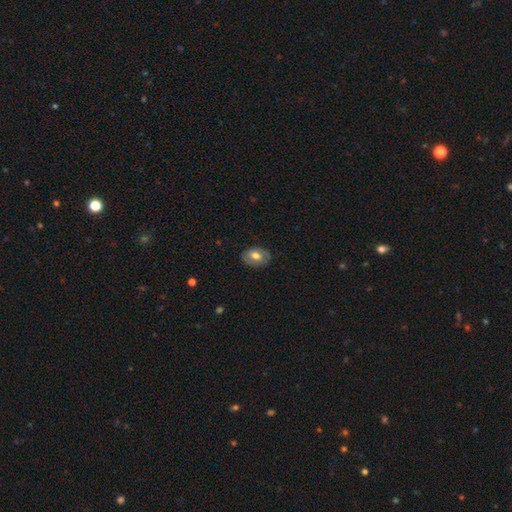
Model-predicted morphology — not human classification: Smooth or featured: smooth — 57% (featured or disk — 36%)
How rounded: in between — 82% (round — 17%)
Merging: none — 81% (minor disturbance — 14%)